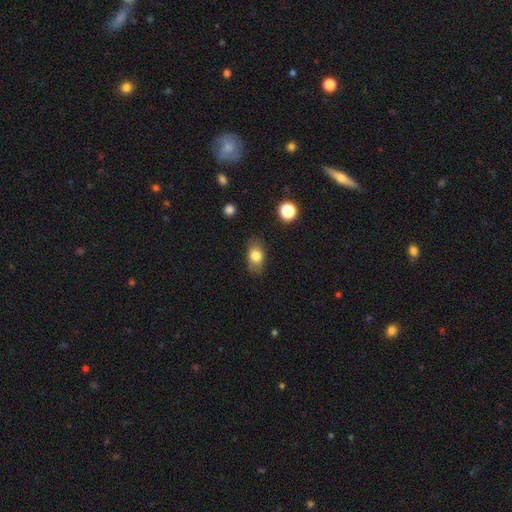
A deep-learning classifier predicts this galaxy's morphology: Smooth or featured?
  - smooth: 79% *
  - featured or disk: 12%
  - star or artifact: 9%
How rounded?
  - in between: 77% *
  - round: 20%
  - cigar-shaped: 3%
Merging?
  - none: 79% *
  - minor disturbance: 16%
  - major disturbance: 4%
  - merger: 1%